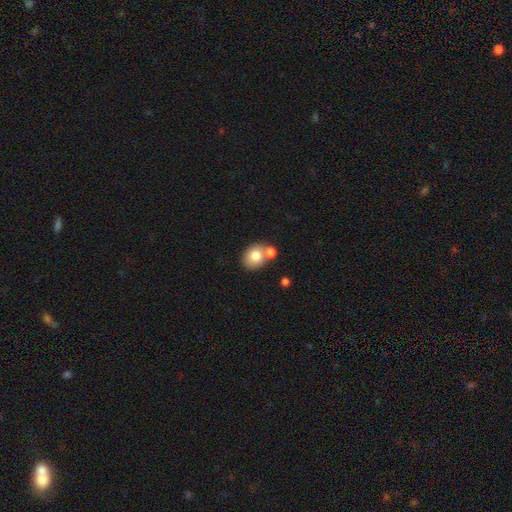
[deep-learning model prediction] smooth_or_featured: smooth (p=0.78) [alt: featured or disk p=0.14]
how_rounded: round (p=0.53) [alt: in between p=0.46]
merging: none (p=0.51) [alt: merger p=0.34]